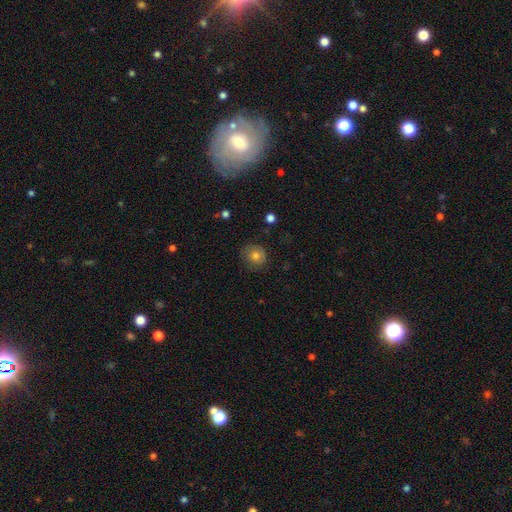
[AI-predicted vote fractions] This appears to be a smooth galaxy with no disk features (72%) that is round (80%). Merging: none (75%).